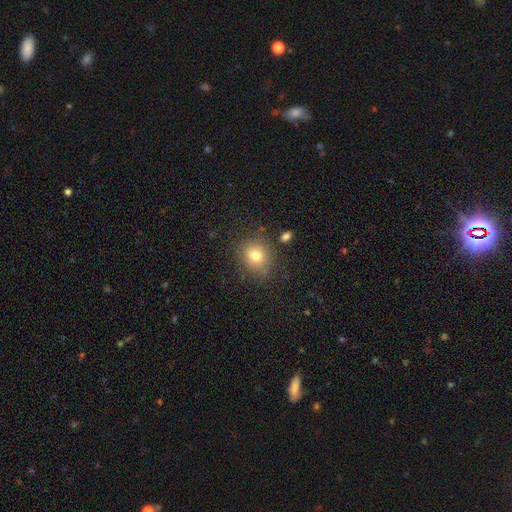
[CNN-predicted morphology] smooth_or_featured: smooth (p=0.77) [alt: star or artifact p=0.13]
how_rounded: round (p=0.76) [alt: in between p=0.23]
merging: none (p=0.79) [alt: minor disturbance p=0.14]